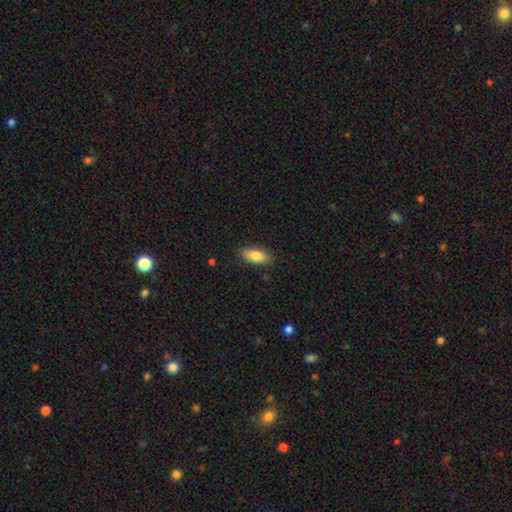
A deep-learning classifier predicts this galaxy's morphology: Overall: smooth (83%). How rounded: in between (85%). Merging: none (86%).